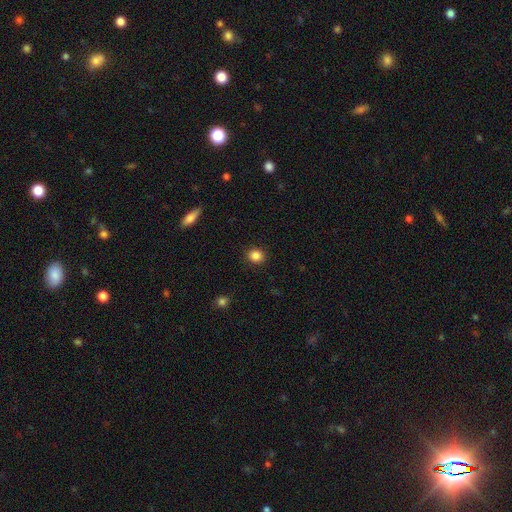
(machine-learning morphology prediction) Smooth or featured? Predicted: smooth (p=0.85). How rounded? Predicted: round (p=0.79). Merging? Predicted: none (p=0.91).